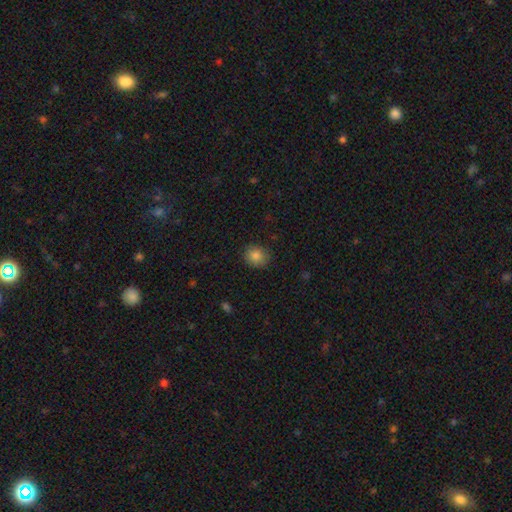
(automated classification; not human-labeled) Smooth or featured?
  - smooth: 84% *
  - star or artifact: 10%
  - featured or disk: 6%
How rounded?
  - round: 71% *
  - in between: 28%
  - cigar-shaped: 1%
Merging?
  - none: 87% *
  - minor disturbance: 9%
  - major disturbance: 2%
  - merger: 1%